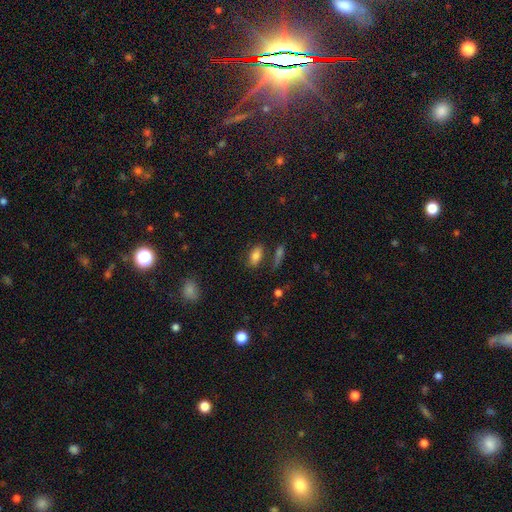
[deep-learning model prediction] A smooth galaxy with no disk features (80%) that is in between round and cigar-shaped (88%).

Vote fractions:
- Smooth or featured? smooth: 80% / star or artifact: 10% / featured or disk: 10%
- How rounded? in between: 88% / cigar-shaped: 6% / round: 5%
- Merging? none: 71% / minor disturbance: 14% / merger: 11% / major disturbance: 5%